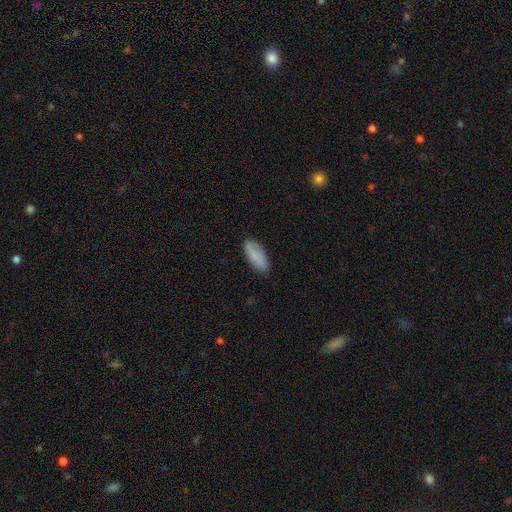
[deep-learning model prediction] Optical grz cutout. It shows a smooth galaxy with no disk features (83%) that is in between round and cigar-shaped (80%). Merging: none (84%).